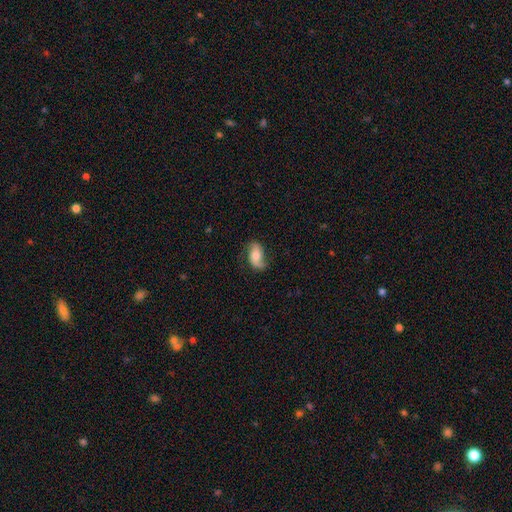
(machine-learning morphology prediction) This appears to be a featured or disk galaxy (56%) with no bar (60%), spiral arms (90%) and a moderate central bulge (51%). Merging: none (67%).